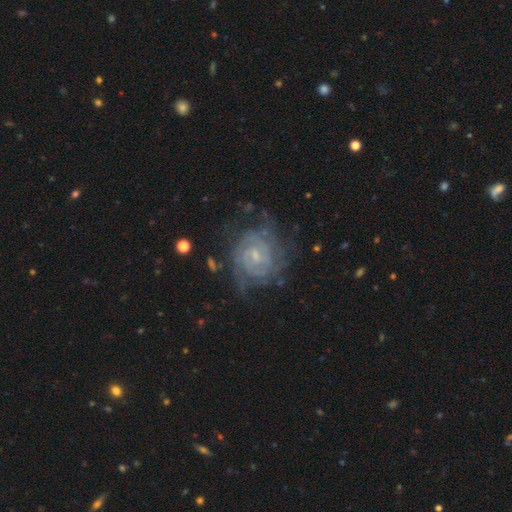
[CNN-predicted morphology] Overall: featured or disk (85%). Edge-on disk: no (97%). Bar: weak (46%; no 44%). Spiral arms: yes (95%). Spiral arm count: can't tell (38%; 2 25%). Spiral winding: tight (72%). Bulge size: small (68%). Merging: none (67%).